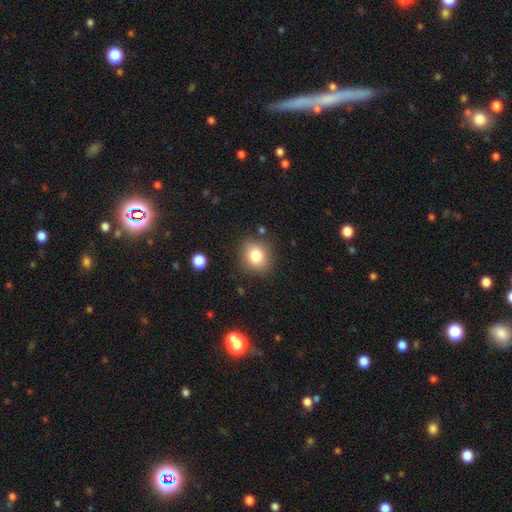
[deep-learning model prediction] This appears to be a smooth galaxy with no disk features (82%) that is round (69%). Merging: none (83%).